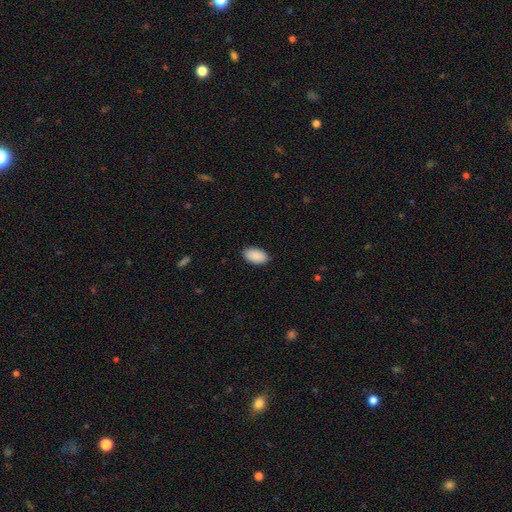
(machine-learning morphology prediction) The model was most divided on "merging": none: 88%, minor disturbance: 9%, major disturbance: 2%, merger: 1%. More confident: how rounded — in between (95%); smooth or featured — smooth (91%).